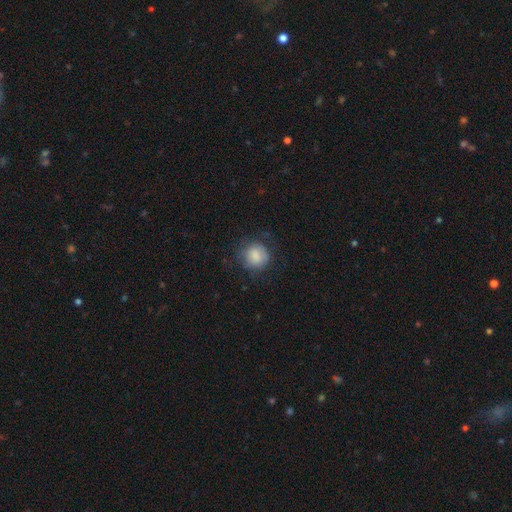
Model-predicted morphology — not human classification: Smooth or featured? Predicted: smooth (p=0.81). How rounded? Predicted: round (p=0.87). Merging? Predicted: none (p=0.69).